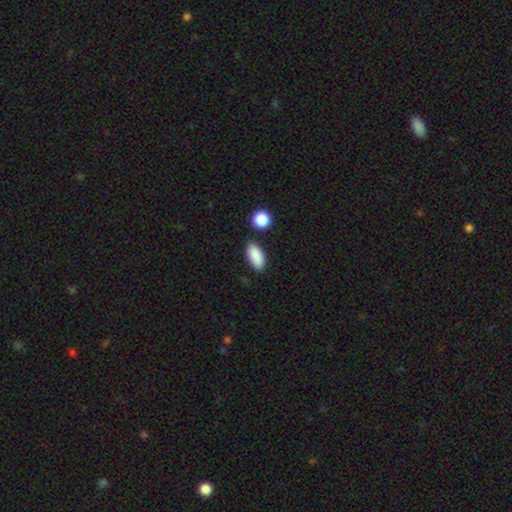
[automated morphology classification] smooth 89%, star or artifact 7%, featured or disk 4%. Down the decision tree: how rounded — in between (87%); merging — none (83%).